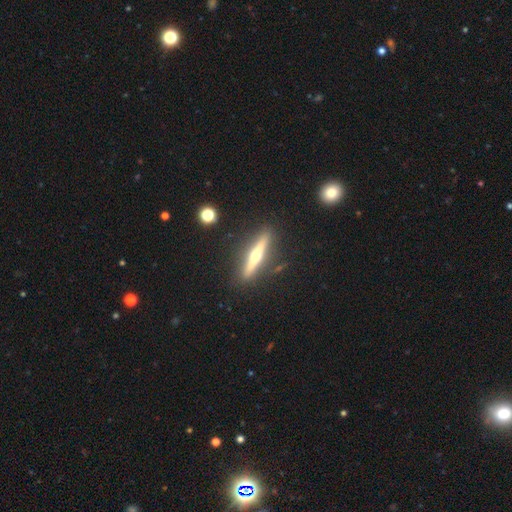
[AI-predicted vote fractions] A featured or disk galaxy (72%) viewed edge-on (96%) with a rounded central bulge (93%).

Vote fractions:
- Smooth or featured? featured or disk: 72% / smooth: 22% / star or artifact: 6%
- Edge-on disk? yes: 96% / no: 4%
- Edge-on bulge? rounded: 93% / none: 5% / boxy: 3%
- Merging? none: 88% / minor disturbance: 8% / merger: 2% / major disturbance: 2%